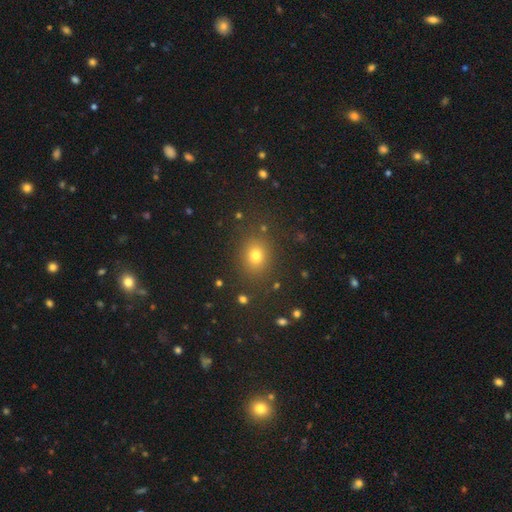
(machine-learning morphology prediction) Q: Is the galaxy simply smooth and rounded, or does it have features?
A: smooth — 75%.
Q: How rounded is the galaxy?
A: round — 64%.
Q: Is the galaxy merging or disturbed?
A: none — 85%.